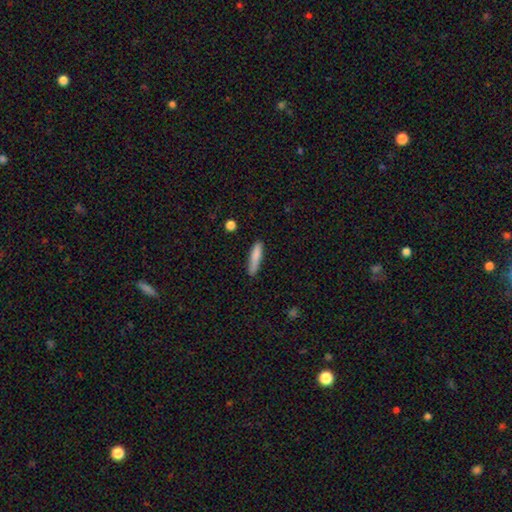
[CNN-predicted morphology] Smooth or featured? Predicted: smooth (p=0.83). How rounded? Predicted: cigar-shaped (p=0.84). Merging? Predicted: none (p=0.77).